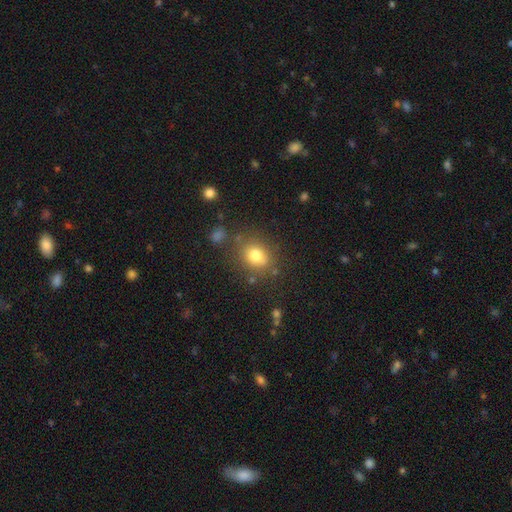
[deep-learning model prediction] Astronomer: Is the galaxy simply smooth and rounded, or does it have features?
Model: smooth — 78%.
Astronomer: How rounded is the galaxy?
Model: round — 65%.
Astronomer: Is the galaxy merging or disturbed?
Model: none — 76%.